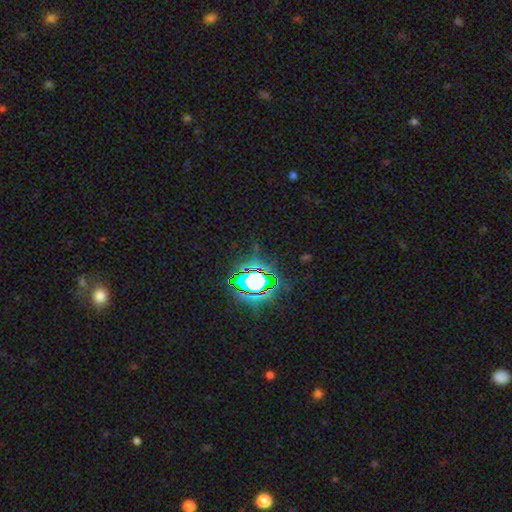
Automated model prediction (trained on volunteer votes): The model was most divided on "smooth or featured": star or artifact: 78%, smooth: 13%, featured or disk: 9%.